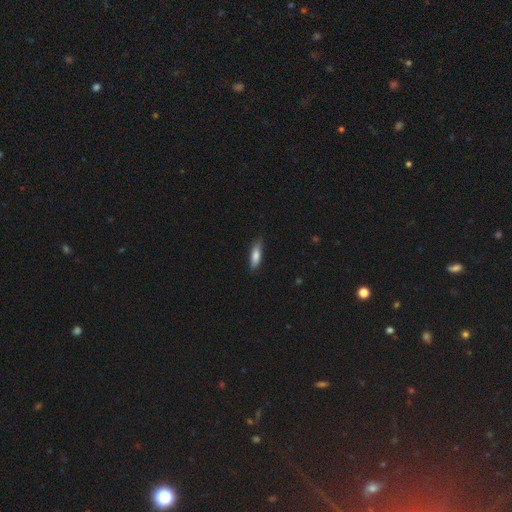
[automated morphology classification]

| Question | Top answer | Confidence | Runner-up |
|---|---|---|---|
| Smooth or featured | smooth | 77% | featured or disk (17%) |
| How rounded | cigar-shaped | 50% | in between (48%) |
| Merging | none | 80% | minor disturbance (17%) |